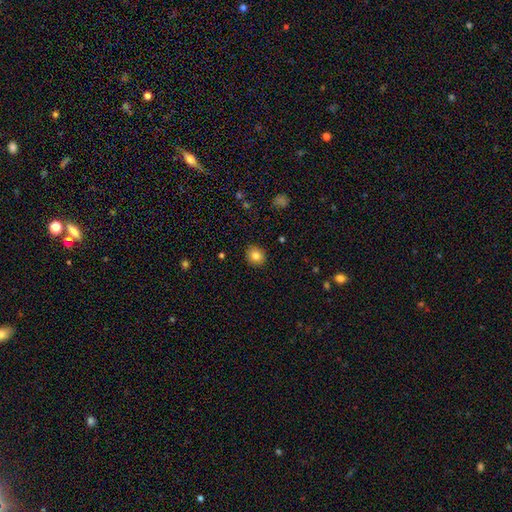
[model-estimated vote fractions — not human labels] Smooth or featured? smooth (82%)
How rounded? round (81%)
Merging? none (90%)